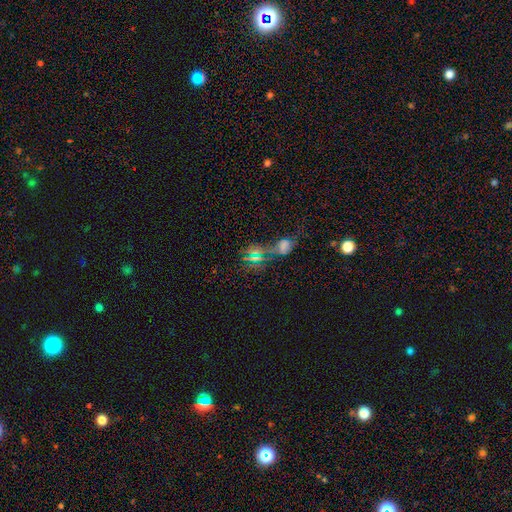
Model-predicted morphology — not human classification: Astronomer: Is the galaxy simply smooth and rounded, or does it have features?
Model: smooth — 45% (runner-up: star or artifact, 30%).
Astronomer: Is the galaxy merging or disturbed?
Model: merger — 50% (runner-up: none, 34%).